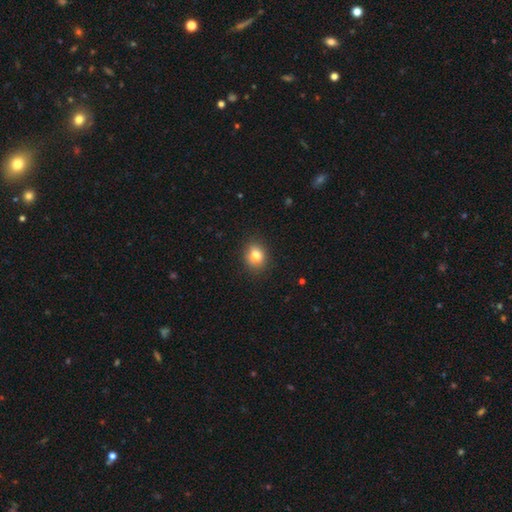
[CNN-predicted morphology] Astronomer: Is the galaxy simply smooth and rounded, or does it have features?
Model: smooth — 81%.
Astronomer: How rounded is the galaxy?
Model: round — 59% (runner-up: in between, 40%).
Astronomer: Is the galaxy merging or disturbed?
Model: none — 86%.